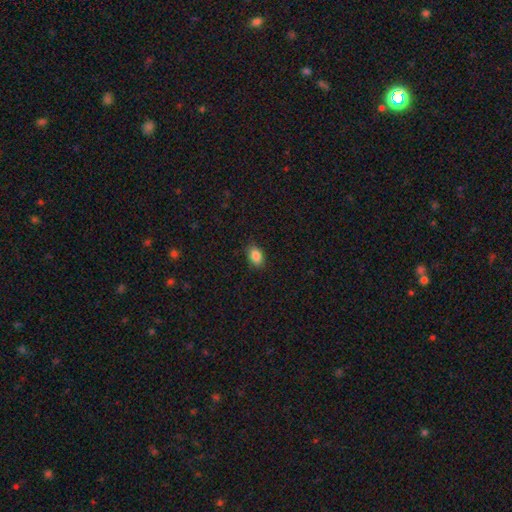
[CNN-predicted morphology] Smooth or featured?
  - smooth: 87% *
  - star or artifact: 9%
  - featured or disk: 4%
How rounded?
  - in between: 85% *
  - round: 13%
  - cigar-shaped: 2%
Merging?
  - none: 86% *
  - minor disturbance: 11%
  - major disturbance: 2%
  - merger: 1%